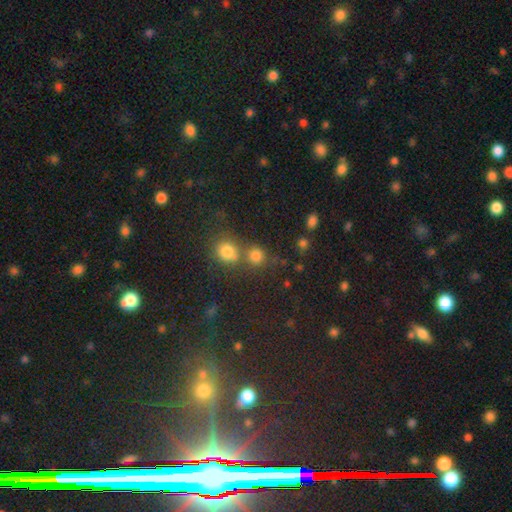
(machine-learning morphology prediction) The model was most divided on "merging": none: 53%, merger: 35%, minor disturbance: 8%, major disturbance: 4%. More confident: how rounded — round (85%); smooth or featured — smooth (78%).